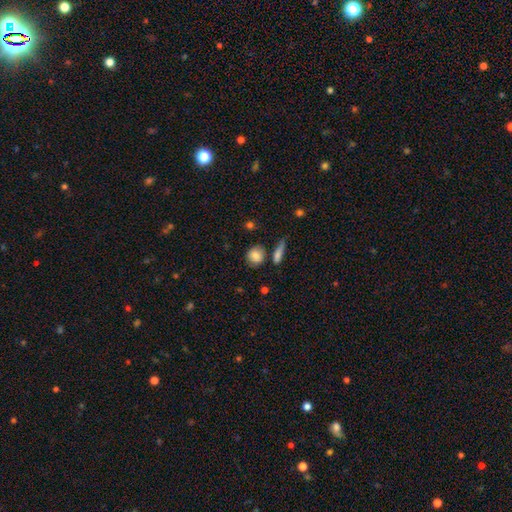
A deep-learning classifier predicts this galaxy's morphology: smooth 83%, featured or disk 9%, star or artifact 8%. Down the decision tree: how rounded — round (76%); merging — none (73%).